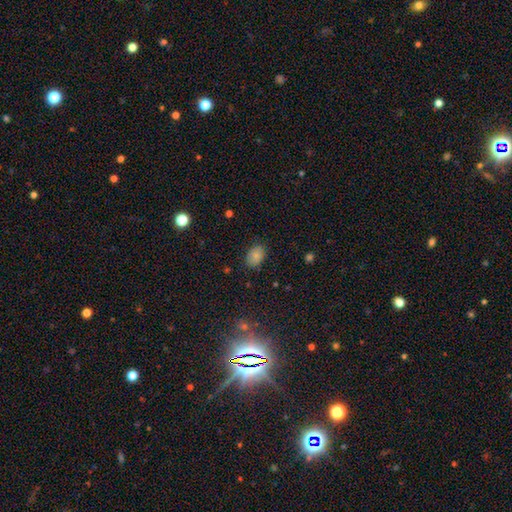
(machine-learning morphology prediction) A smooth galaxy with no disk features (82%) that is in between round and cigar-shaped (77%). Merging: none (83%).